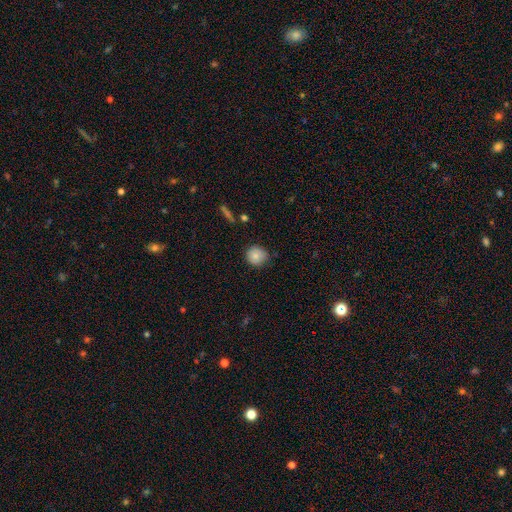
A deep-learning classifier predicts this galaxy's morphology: smooth-or-featured: smooth: 84% | star or artifact: 9% | featured or disk: 7%
  how-rounded: round: 90% | in between: 9% | cigar-shaped: 1%
  merging: none: 80% | minor disturbance: 16% | major disturbance: 3% | merger: 1%